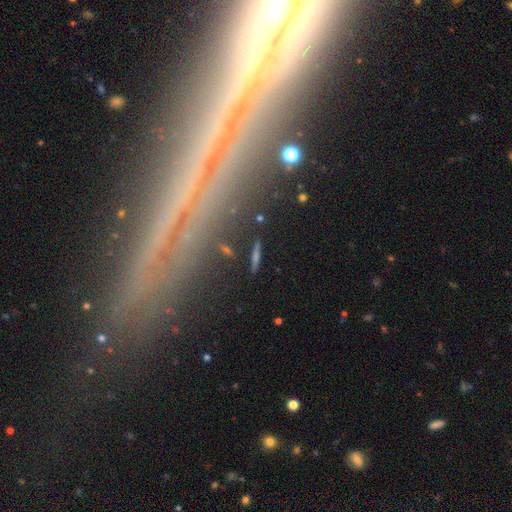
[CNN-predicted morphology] The model was most divided on "smooth or featured": featured or disk: 45%, smooth: 35%, star or artifact: 20%. More confident: merging — none (82%).